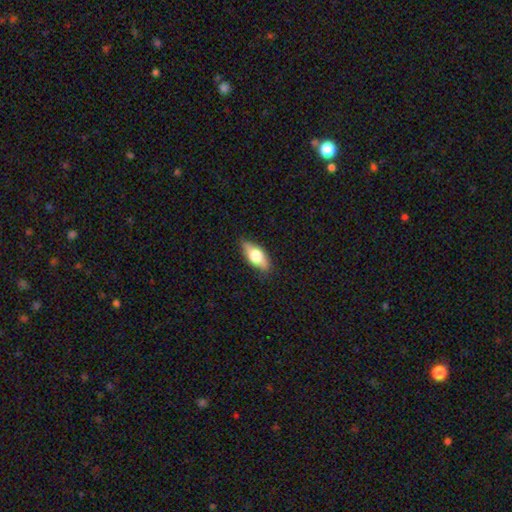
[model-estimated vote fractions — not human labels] This appears to be a smooth galaxy with no disk features (62%) that is in between round and cigar-shaped (81%). Merging: none (84%).